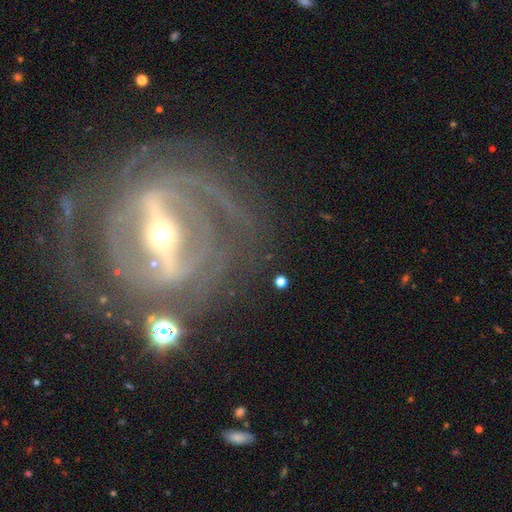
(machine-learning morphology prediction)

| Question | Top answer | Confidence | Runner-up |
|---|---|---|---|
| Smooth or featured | featured or disk | 91% | star or artifact (6%) |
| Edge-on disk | no | 90% | yes (10%) |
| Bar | strong | 82% | weak (13%) |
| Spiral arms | yes | 90% | no (10%) |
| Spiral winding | tight | 62% | medium (29%) |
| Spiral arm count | can't tell | 28% | 2 (25%) |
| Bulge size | small | 56% | moderate (38%) |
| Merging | none | 74% | minor disturbance (12%) |